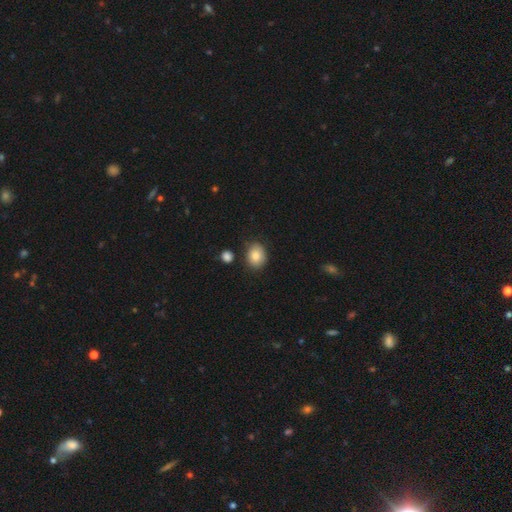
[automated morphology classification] smooth-or-featured: smooth: 85% | star or artifact: 8% | featured or disk: 7%
  how-rounded: round: 54% | in between: 45% | cigar-shaped: 1%
  merging: none: 80% | minor disturbance: 13% | merger: 4% | major disturbance: 3%